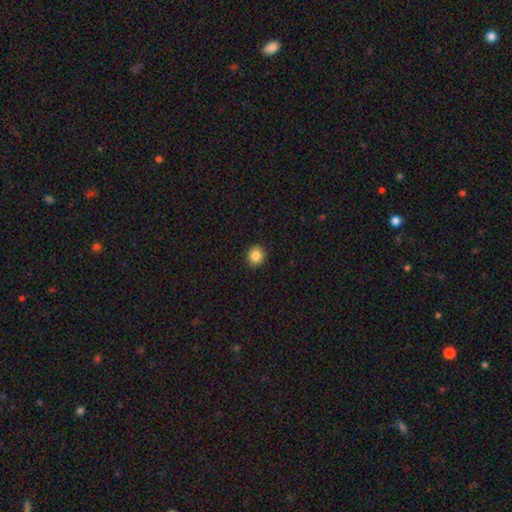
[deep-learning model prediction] The model was most divided on "how rounded": round: 80%, in between: 19%, cigar-shaped: 1%. More confident: merging — none (92%); smooth or featured — smooth (86%).